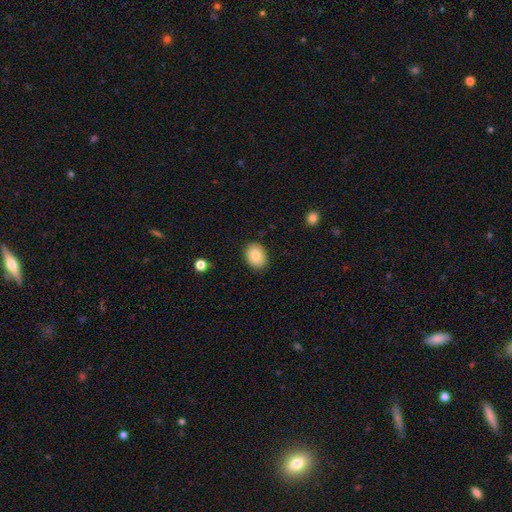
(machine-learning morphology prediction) A smooth galaxy with no disk features (85%) that is in between round and cigar-shaped (68%).

Vote fractions:
- Smooth or featured? smooth: 85% / star or artifact: 7% / featured or disk: 7%
- How rounded? in between: 68% / round: 31% / cigar-shaped: 1%
- Merging? none: 86% / minor disturbance: 10% / major disturbance: 2% / merger: 1%